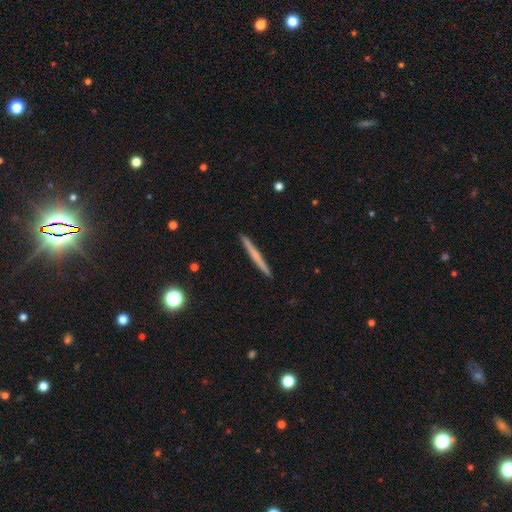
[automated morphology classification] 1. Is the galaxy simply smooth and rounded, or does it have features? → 51% smooth, 43% featured or disk, 6% star or artifact.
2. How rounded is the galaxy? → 97% cigar-shaped, 2% in between, 2% round.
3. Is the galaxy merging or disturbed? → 93% none, 5% minor disturbance, 1% major disturbance, 1% merger.